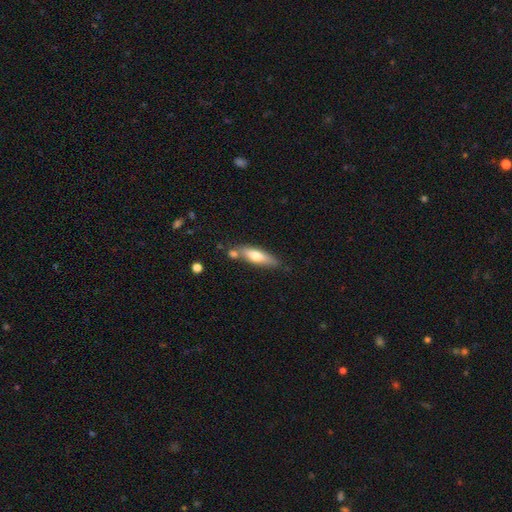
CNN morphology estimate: Smooth or featured? Predicted: smooth (p=0.65). How rounded? Predicted: cigar-shaped (p=0.57). Merging? Predicted: none (p=0.63).